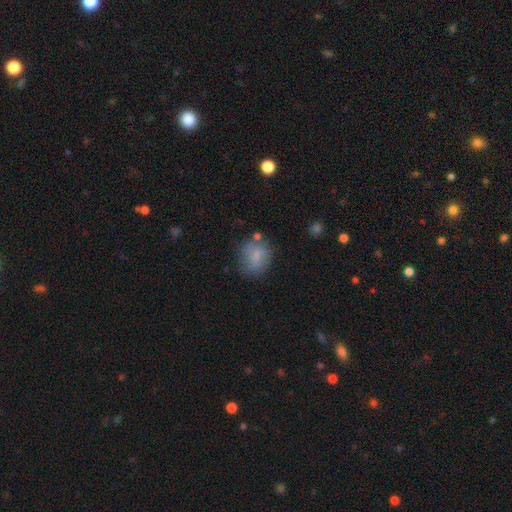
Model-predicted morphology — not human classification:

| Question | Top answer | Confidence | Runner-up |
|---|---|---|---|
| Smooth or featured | smooth | 77% | featured or disk (14%) |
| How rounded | round | 61% | in between (38%) |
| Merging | none | 68% | minor disturbance (19%) |